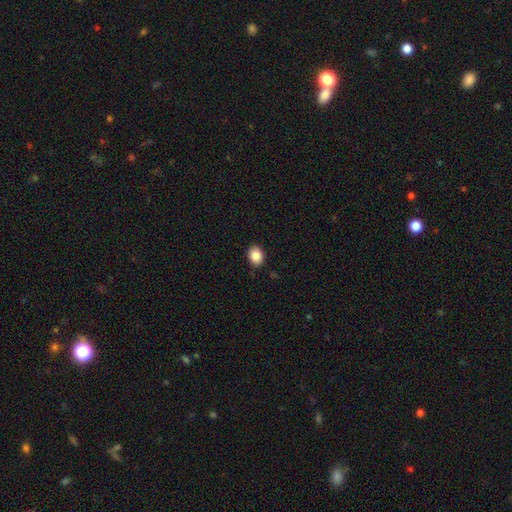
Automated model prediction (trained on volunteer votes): This is clearly a smooth galaxy (87%). How rounded: possibly in between (58%). Merging: clearly none (89%).